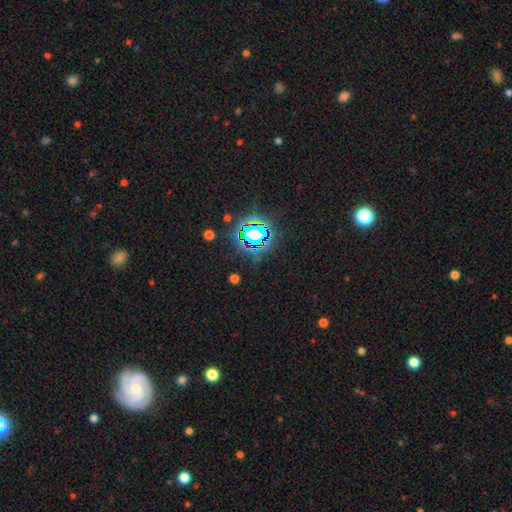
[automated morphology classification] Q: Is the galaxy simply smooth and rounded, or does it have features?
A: star or artifact — 79%.